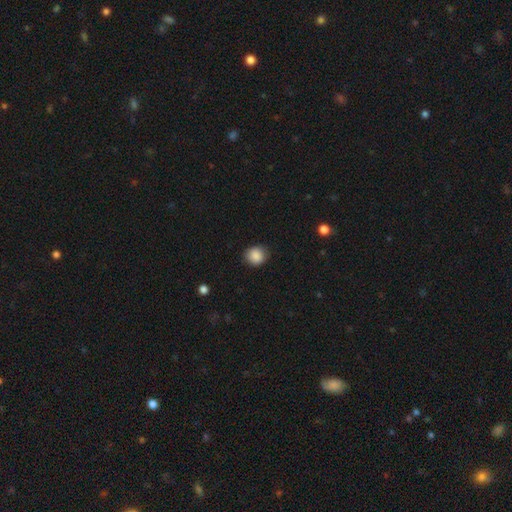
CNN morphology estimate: Smooth or featured: smooth — 87% (star or artifact — 9%)
How rounded: round — 78% (in between — 21%)
Merging: none — 84% (minor disturbance — 12%)